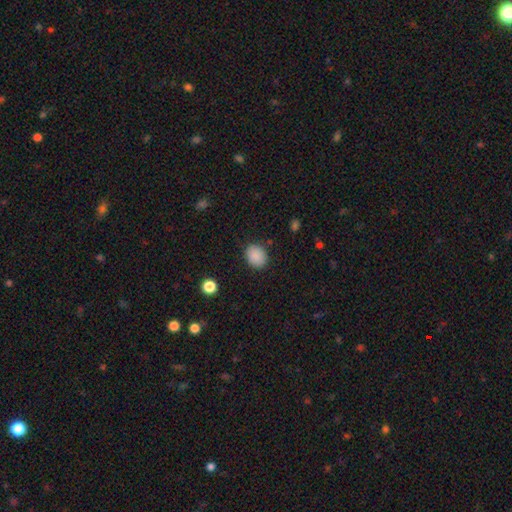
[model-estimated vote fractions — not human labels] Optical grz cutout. It shows a smooth galaxy with no disk features (88%) that is round (53%). Merging: none (86%).